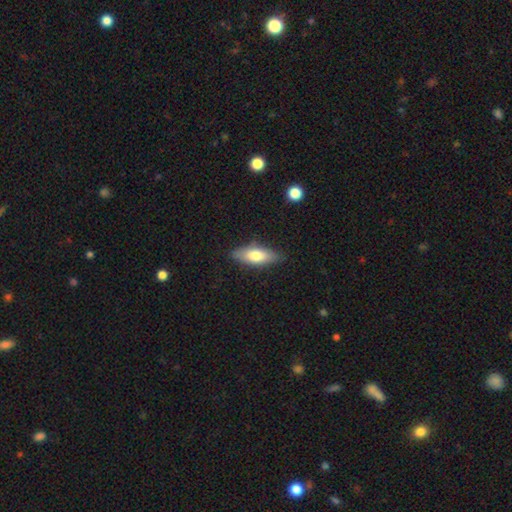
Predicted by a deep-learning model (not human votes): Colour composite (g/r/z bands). It shows a smooth galaxy with no disk features (70%) that is in between round and cigar-shaped (71%). Merging: none (82%).